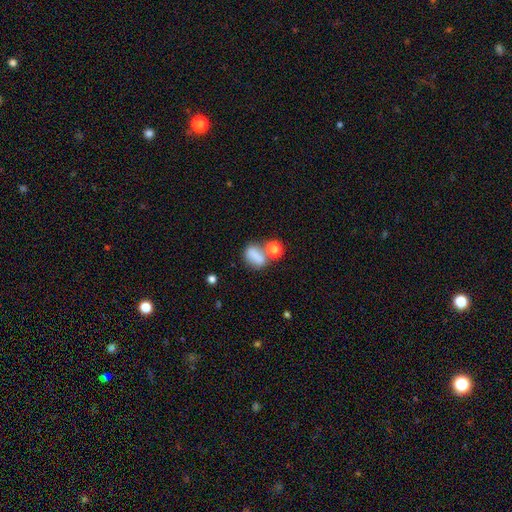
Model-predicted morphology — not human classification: Smooth or featured?
  - smooth: 76% *
  - star or artifact: 12%
  - featured or disk: 11%
How rounded?
  - in between: 70% *
  - round: 28%
  - cigar-shaped: 2%
Merging?
  - none: 42% *
  - merger: 32%
  - minor disturbance: 16%
  - major disturbance: 9%